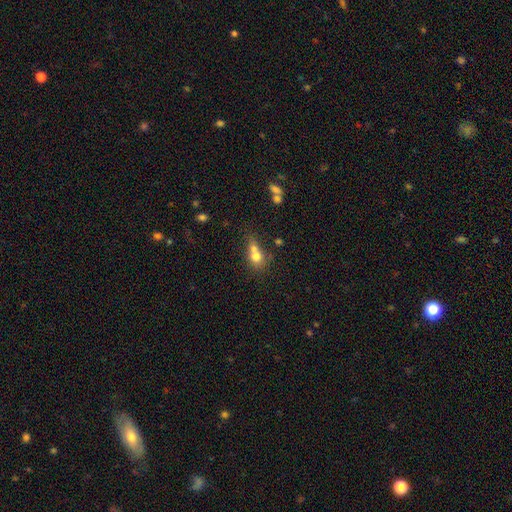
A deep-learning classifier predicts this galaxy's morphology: Smooth or featured? Predicted: smooth (p=0.72). How rounded? Predicted: round (p=0.61). Merging? Predicted: merger (p=0.56).